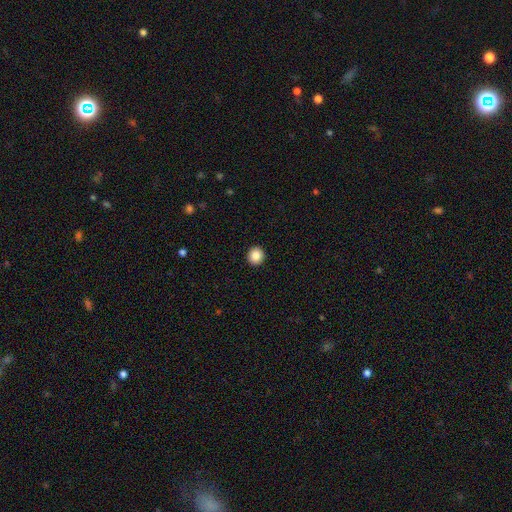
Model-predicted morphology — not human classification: smooth_or_featured: smooth (p=0.86) [alt: star or artifact p=0.09]
how_rounded: round (p=0.92) [alt: in between p=0.07]
merging: none (p=0.94) [alt: minor disturbance p=0.04]